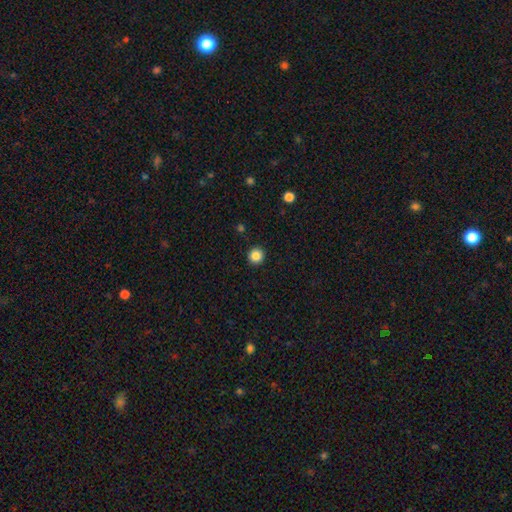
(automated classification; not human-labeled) Smooth or featured? smooth (86%)
How rounded? round (95%)
Merging? none (93%)